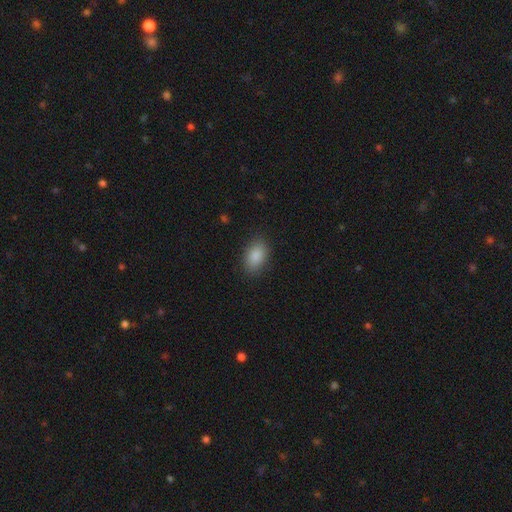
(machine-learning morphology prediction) type=smooth (88%); roundness=in between (88%); merging=none (86%).